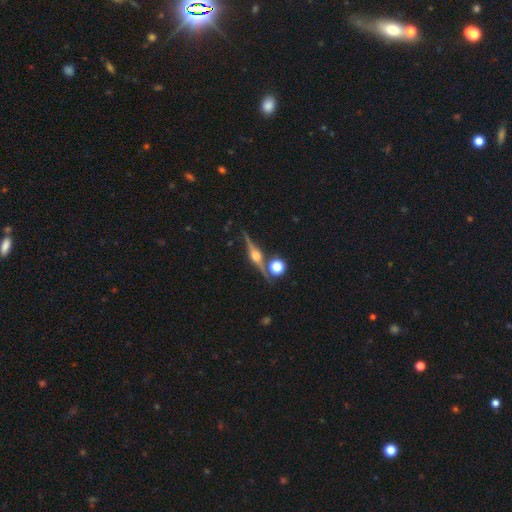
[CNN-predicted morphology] This appears to be a featured or disk galaxy (85%) viewed edge-on (97%) with a rounded central bulge (94%). Merging: none (85%).